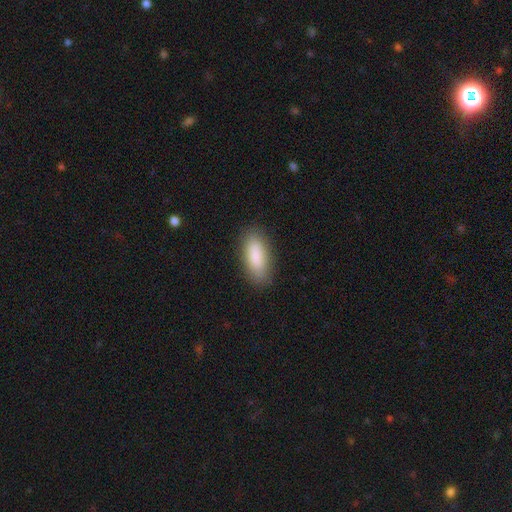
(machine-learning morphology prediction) A smooth galaxy with no disk features (87%) that is in between round and cigar-shaped (80%). Merging: none (86%).